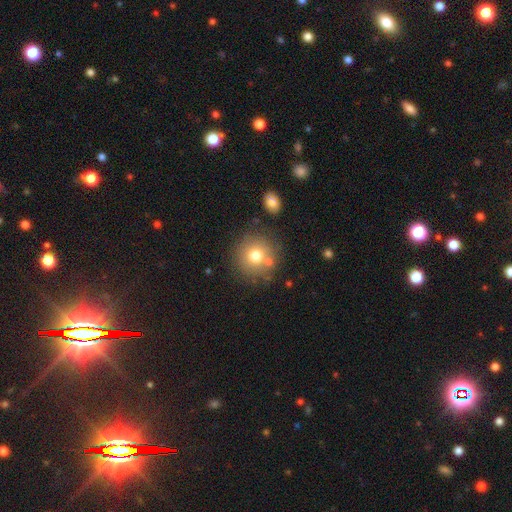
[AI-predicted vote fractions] A smooth galaxy with no disk features (73%) that is round (92%).

Vote fractions:
- Smooth or featured? smooth: 73% / featured or disk: 14% / star or artifact: 12%
- How rounded? round: 92% / in between: 7% / cigar-shaped: 1%
- Merging? none: 75% / merger: 11% / minor disturbance: 10% / major disturbance: 4%